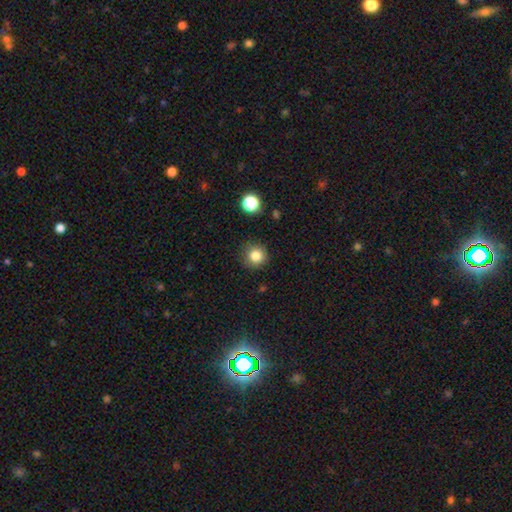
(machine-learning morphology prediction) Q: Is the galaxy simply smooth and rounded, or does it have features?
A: smooth — 83%.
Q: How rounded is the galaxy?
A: round — 94%.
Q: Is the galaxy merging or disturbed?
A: none — 87%.